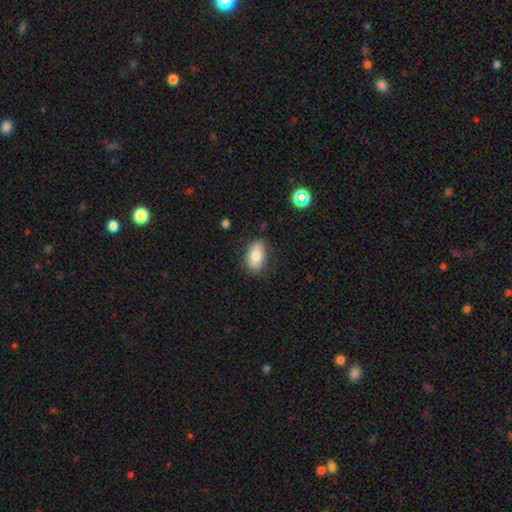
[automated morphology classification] Overall: smooth (74%). How rounded: in between (89%). Merging: none (81%).